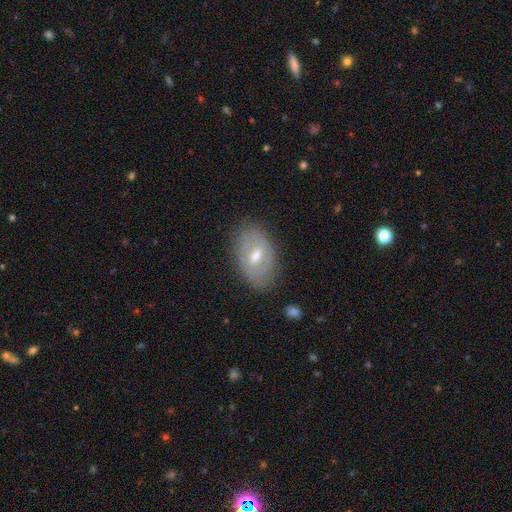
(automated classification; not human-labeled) A featured or disk galaxy (51%).

Vote fractions:
- Smooth or featured? featured or disk: 51% / smooth: 41% / star or artifact: 8%
- Edge-on disk? no: 89% / yes: 11%
- Merging? none: 77% / minor disturbance: 17% / major disturbance: 5% / merger: 1%